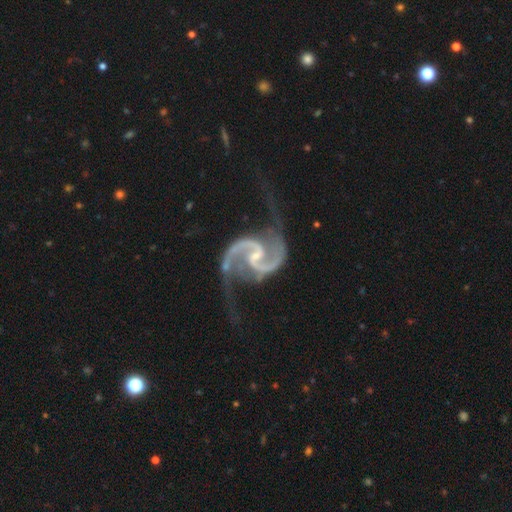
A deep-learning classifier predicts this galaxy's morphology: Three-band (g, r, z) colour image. It shows a featured or disk galaxy (95%) with a weak bar (52%), 2 (94%) medium (50%) spiral arms (99%) and a small central bulge (60%). Merging: none (56%).